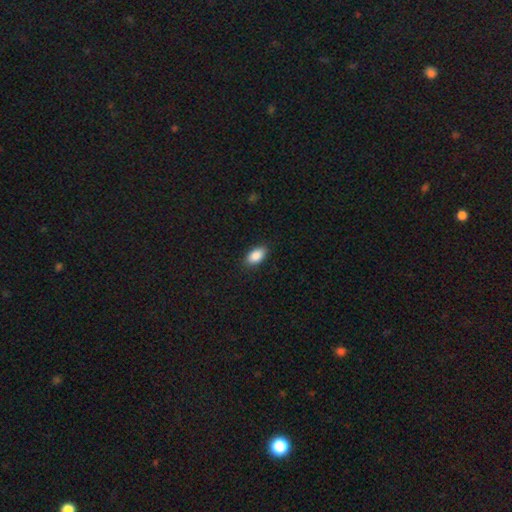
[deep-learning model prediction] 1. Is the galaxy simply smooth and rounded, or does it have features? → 89% smooth, 7% star or artifact, 4% featured or disk.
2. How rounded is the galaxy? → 93% in between, 5% round, 3% cigar-shaped.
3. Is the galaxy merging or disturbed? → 88% none, 9% minor disturbance, 2% major disturbance, 1% merger.